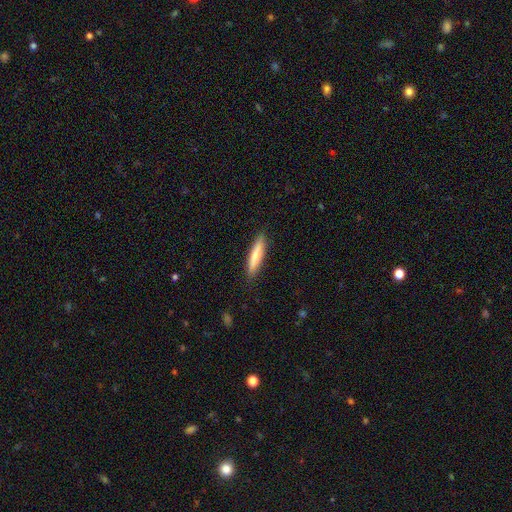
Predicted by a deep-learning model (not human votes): Smooth or featured?
  - smooth: 71% *
  - featured or disk: 24%
  - star or artifact: 6%
How rounded?
  - cigar-shaped: 85% *
  - in between: 14%
  - round: 1%
Merging?
  - none: 88% *
  - minor disturbance: 9%
  - major disturbance: 2%
  - merger: 1%